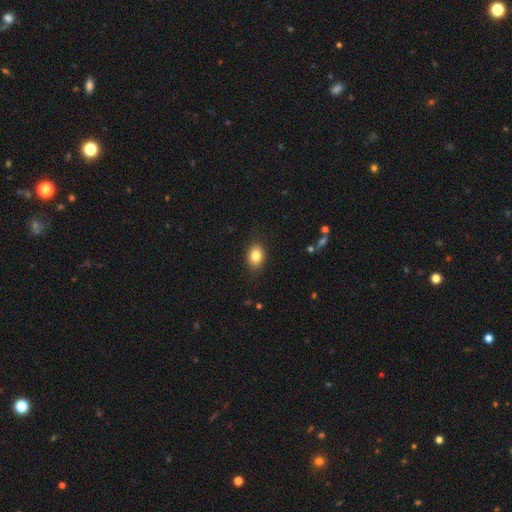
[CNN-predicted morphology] Smooth or featured? Predicted: smooth (p=0.83). How rounded? Predicted: in between (p=0.70). Merging? Predicted: none (p=0.87).